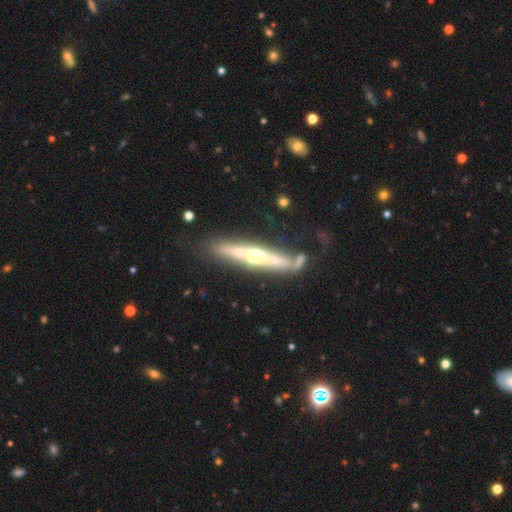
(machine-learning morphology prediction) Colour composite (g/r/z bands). It shows a featured or disk galaxy (76%) viewed edge-on (93%) with a rounded central bulge (85%). Merging: none (67%).